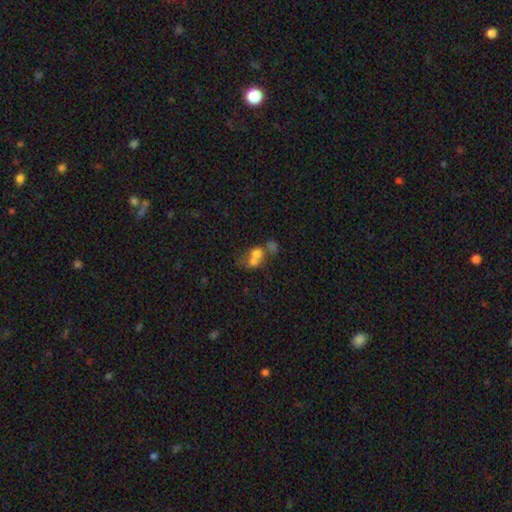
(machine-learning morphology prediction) type=smooth (63%); roundness=round (64%); merging=merger (68%).